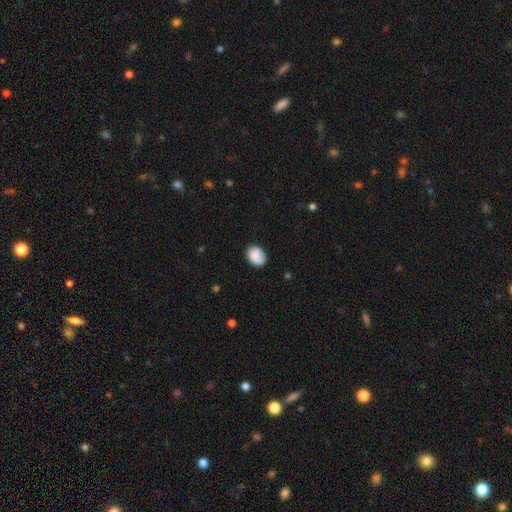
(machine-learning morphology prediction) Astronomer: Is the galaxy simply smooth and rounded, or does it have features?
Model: smooth — 82%.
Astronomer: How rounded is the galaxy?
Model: in between — 63%.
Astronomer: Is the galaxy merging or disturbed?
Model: none — 75%.